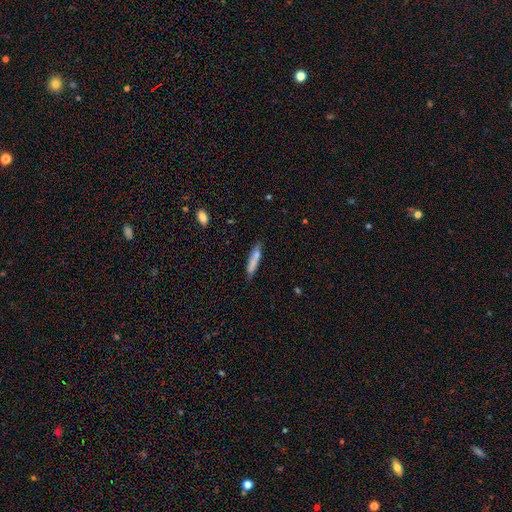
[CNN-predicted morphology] The model was most divided on "smooth or featured": smooth: 70%, featured or disk: 22%, star or artifact: 8%. More confident: how rounded — cigar-shaped (91%); merging — none (82%).